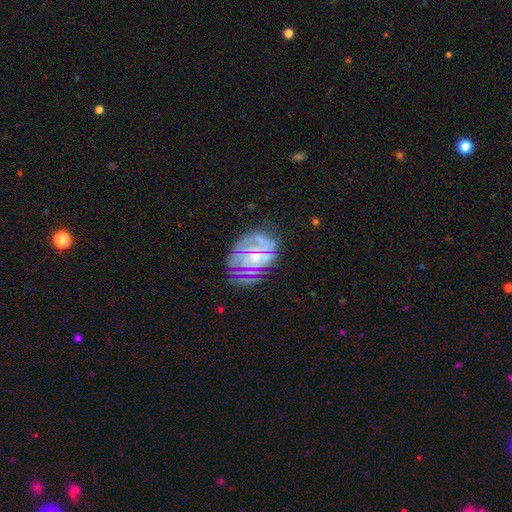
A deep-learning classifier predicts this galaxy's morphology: Smooth or featured? Predicted: featured or disk (p=0.62). Edge-on disk? Predicted: no (p=0.95). Bar? Predicted: no (p=0.68). Spiral arms? Predicted: yes (p=0.80). Bulge size? Predicted: small (p=0.50). Merging? Predicted: none (p=0.73).